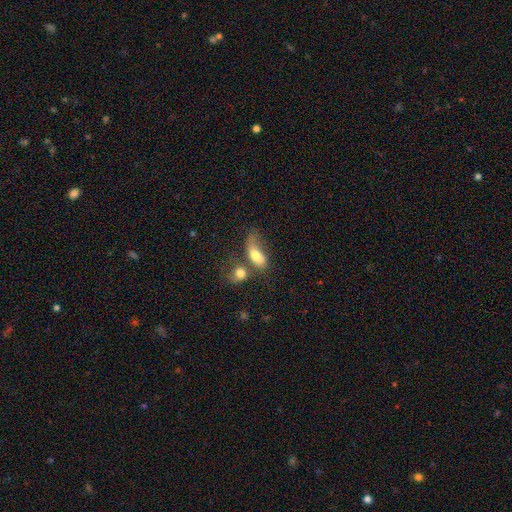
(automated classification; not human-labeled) The model was most divided on "merging": merger: 46%, major disturbance: 20%, none: 19%, minor disturbance: 14%. More confident: how rounded — in between (79%); smooth or featured — smooth (68%).